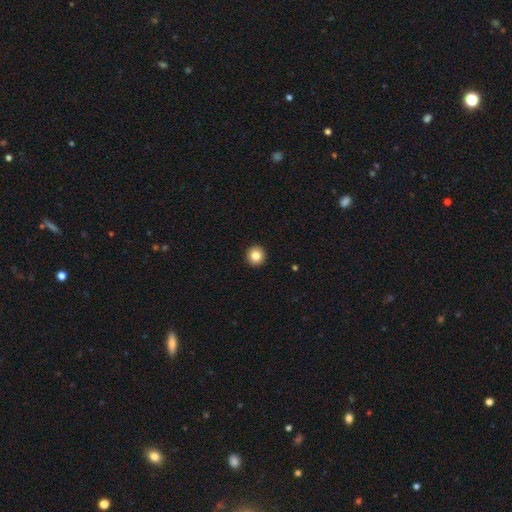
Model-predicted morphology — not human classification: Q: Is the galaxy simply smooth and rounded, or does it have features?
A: smooth — 84%.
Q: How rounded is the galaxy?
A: round — 94%.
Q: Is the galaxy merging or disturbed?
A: none — 94%.